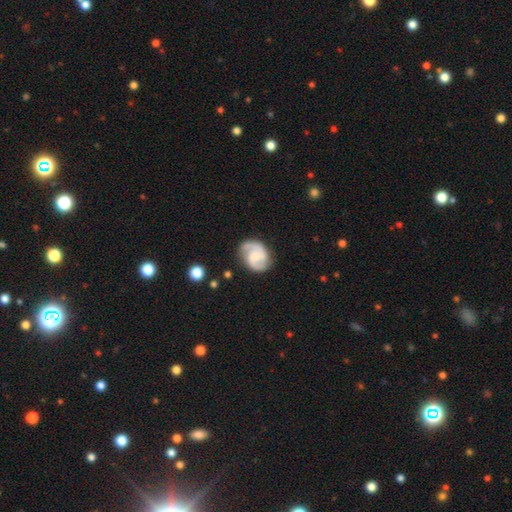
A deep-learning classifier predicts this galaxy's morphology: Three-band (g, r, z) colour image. It shows a featured or disk galaxy (82%) with no bar (50%), 2 (89%) medium (52%) spiral arms (97%) and a small central bulge (42%). Merging: none (77%).